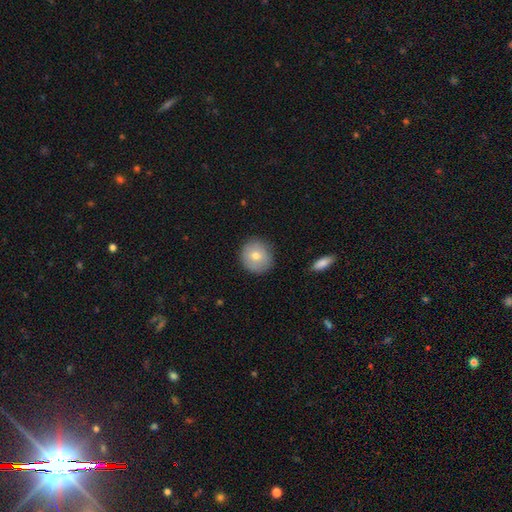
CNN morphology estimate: smooth 72%, featured or disk 20%, star or artifact 9%. Down the decision tree: how rounded — round (88%); merging — none (87%).